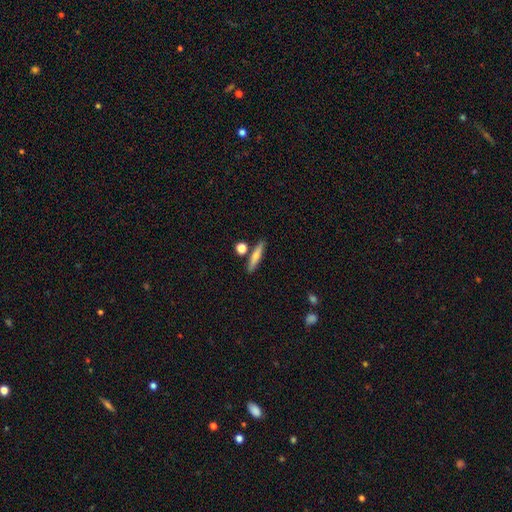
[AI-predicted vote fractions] Q: Smooth or featured?
A: smooth (67%); runner-up: featured or disk (26%)
Q: How rounded?
A: cigar-shaped (81%); runner-up: in between (14%)
Q: Merging?
A: none (80%); runner-up: minor disturbance (9%)